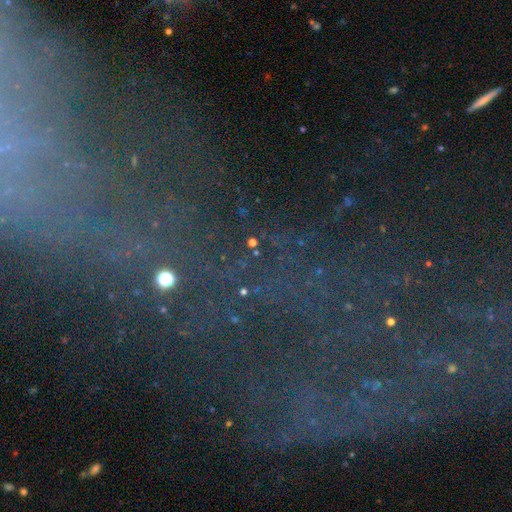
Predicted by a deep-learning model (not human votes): smooth-or-featured: star or artifact: 64% | featured or disk: 21% | smooth: 15%